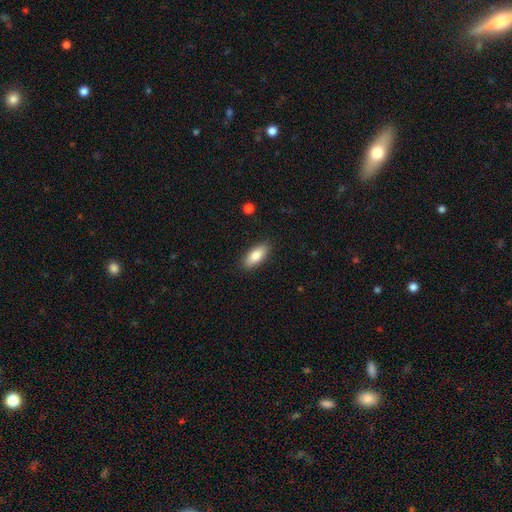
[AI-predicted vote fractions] A smooth galaxy with no disk features (82%) that is in between round and cigar-shaped (82%). Merging: none (88%).